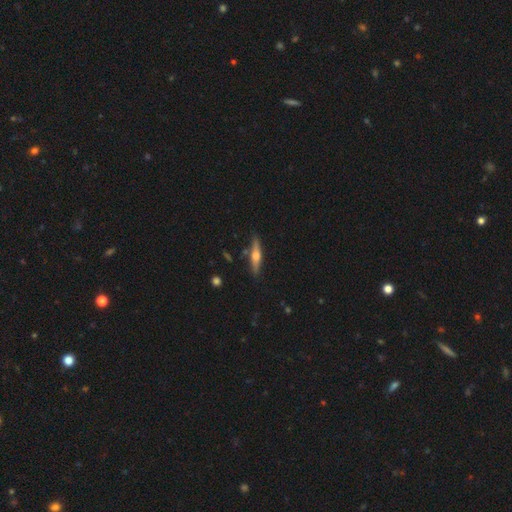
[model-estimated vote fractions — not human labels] Smooth or featured? featured or disk (64%)
Edge-on disk? yes (96%)
Edge-on bulge? rounded (92%)
Merging? none (85%)